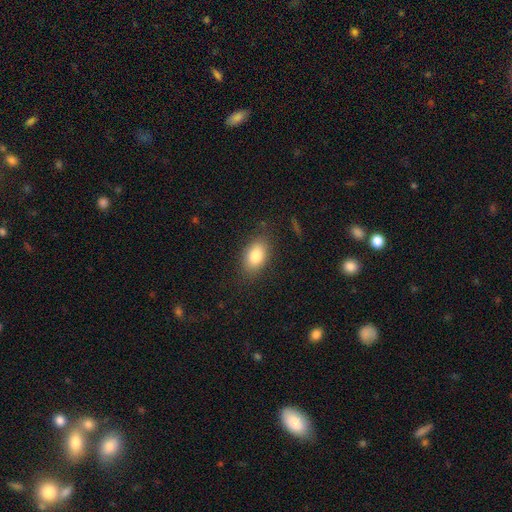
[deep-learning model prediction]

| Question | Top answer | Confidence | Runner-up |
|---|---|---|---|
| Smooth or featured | smooth | 82% | featured or disk (11%) |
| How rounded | in between | 88% | round (11%) |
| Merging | none | 81% | minor disturbance (14%) |